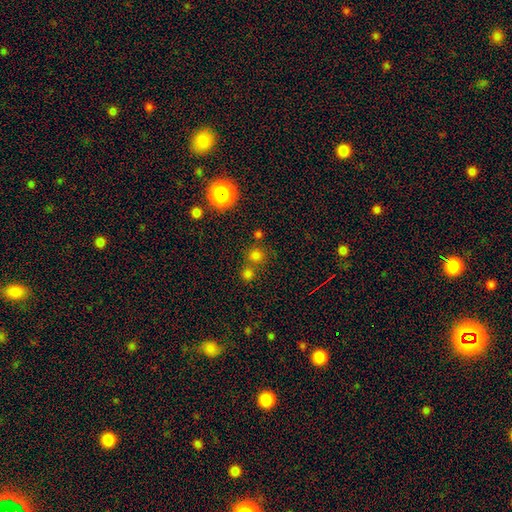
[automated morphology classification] This appears to be a smooth galaxy with no disk features (69%) that is round (90%). Merging: none (65%).